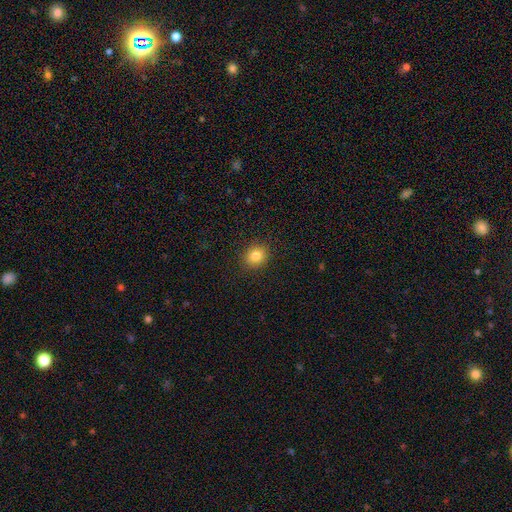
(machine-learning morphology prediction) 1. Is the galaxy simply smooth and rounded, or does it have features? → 84% smooth, 11% star or artifact, 5% featured or disk.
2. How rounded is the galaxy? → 75% round, 24% in between, 1% cigar-shaped.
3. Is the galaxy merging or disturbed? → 90% none, 7% minor disturbance, 2% major disturbance, 1% merger.